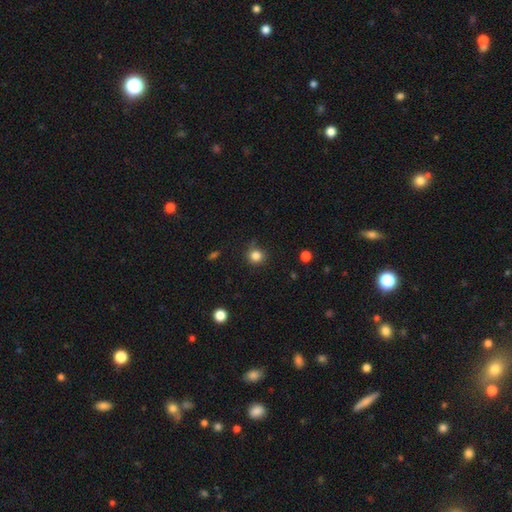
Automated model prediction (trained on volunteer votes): smooth-or-featured: smooth: 83% | star or artifact: 12% | featured or disk: 5%
  how-rounded: round: 91% | in between: 8% | cigar-shaped: 1%
  merging: none: 80% | minor disturbance: 14% | major disturbance: 4% | merger: 2%